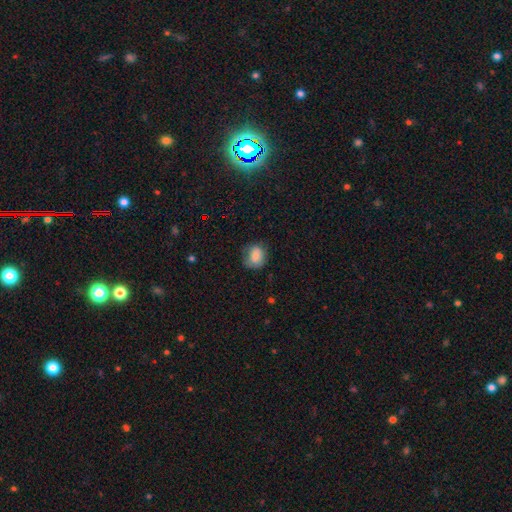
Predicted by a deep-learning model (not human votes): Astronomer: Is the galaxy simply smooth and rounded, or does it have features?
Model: smooth — 80%.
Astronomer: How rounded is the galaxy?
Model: round — 64%.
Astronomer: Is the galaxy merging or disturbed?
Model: none — 65%.